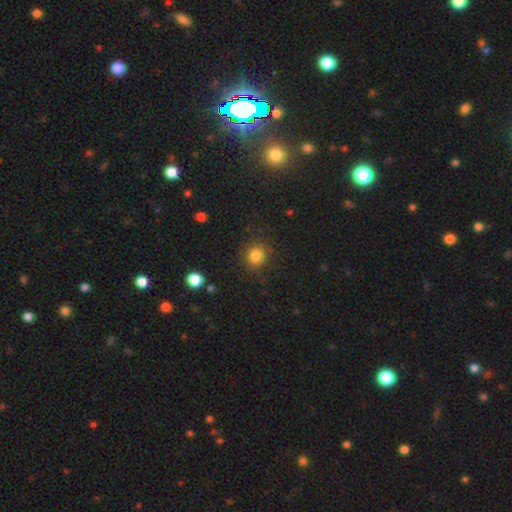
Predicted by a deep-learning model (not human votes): smooth_or_featured: smooth (p=0.82) [alt: star or artifact p=0.12]
how_rounded: round (p=0.82) [alt: in between p=0.17]
merging: none (p=0.85) [alt: minor disturbance p=0.10]